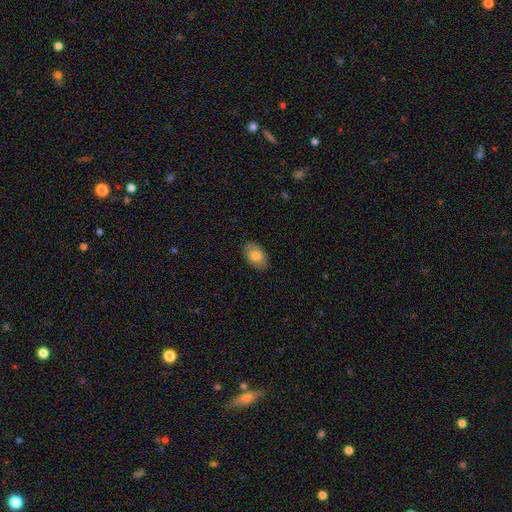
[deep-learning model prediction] Smooth or featured?
  - smooth: 77% *
  - featured or disk: 16%
  - star or artifact: 7%
How rounded?
  - in between: 90% *
  - round: 9%
  - cigar-shaped: 1%
Merging?
  - none: 85% *
  - minor disturbance: 11%
  - major disturbance: 2%
  - merger: 1%